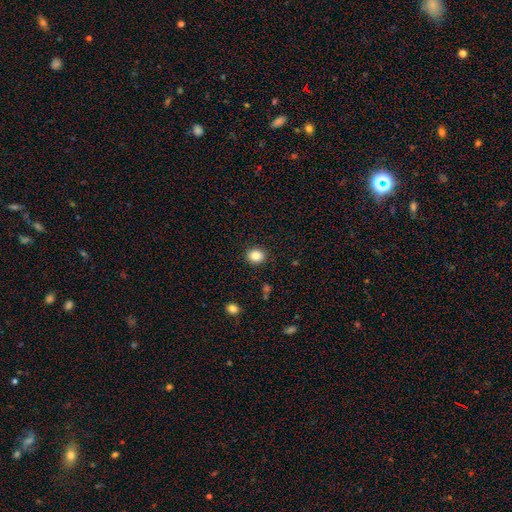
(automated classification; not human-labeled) Overall: smooth (85%). How rounded: round (71%). Merging: none (90%).